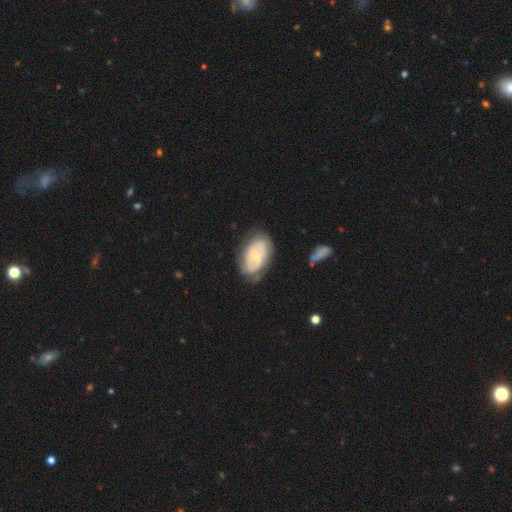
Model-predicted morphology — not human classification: The model was most divided on "spiral arm count": 2: 44%, can't tell: 39%, 3: 7%, 1: 5%, 4: 3%, more than 4: 2%. More confident: edge-on disk — no (96%); spiral arms — yes (79%); smooth or featured — featured or disk (67%); merging — none (65%); bulge size — small (62%); spiral winding — tight (55%); bar — no (54%).